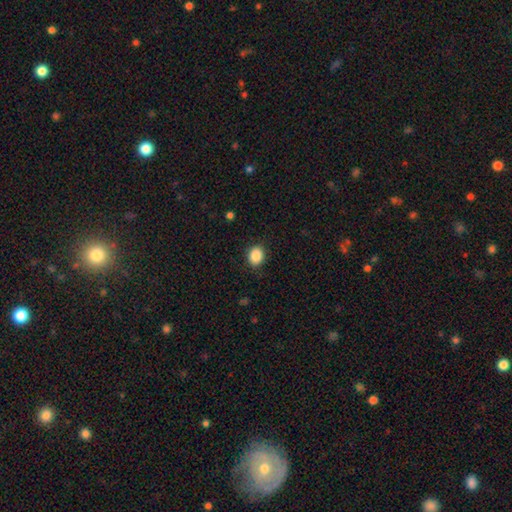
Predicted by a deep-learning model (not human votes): smooth_or_featured: smooth (p=0.88) [alt: star or artifact p=0.09]
how_rounded: round (p=0.54) [alt: in between p=0.45]
merging: none (p=0.88) [alt: minor disturbance p=0.08]